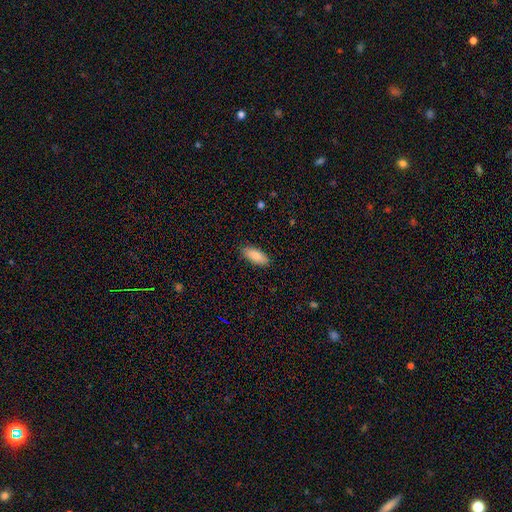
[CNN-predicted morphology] Smooth or featured?
  - smooth: 86% *
  - featured or disk: 8%
  - star or artifact: 6%
How rounded?
  - in between: 80% *
  - cigar-shaped: 18%
  - round: 2%
Merging?
  - none: 88% *
  - minor disturbance: 9%
  - major disturbance: 2%
  - merger: 1%